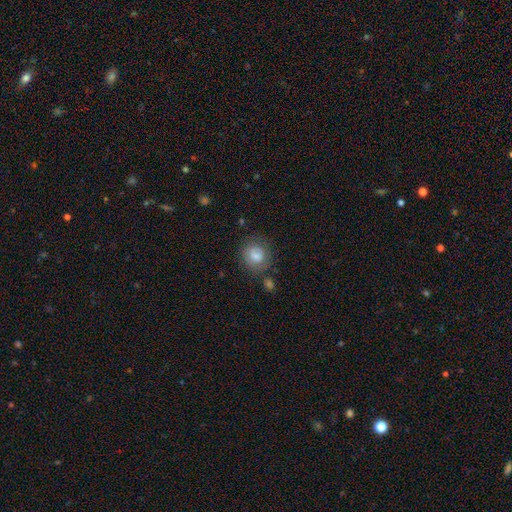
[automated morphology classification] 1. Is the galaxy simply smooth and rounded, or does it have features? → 74% smooth, 17% featured or disk, 10% star or artifact.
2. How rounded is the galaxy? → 76% round, 23% in between, 1% cigar-shaped.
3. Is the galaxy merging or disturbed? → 71% none, 17% minor disturbance, 7% major disturbance, 5% merger.